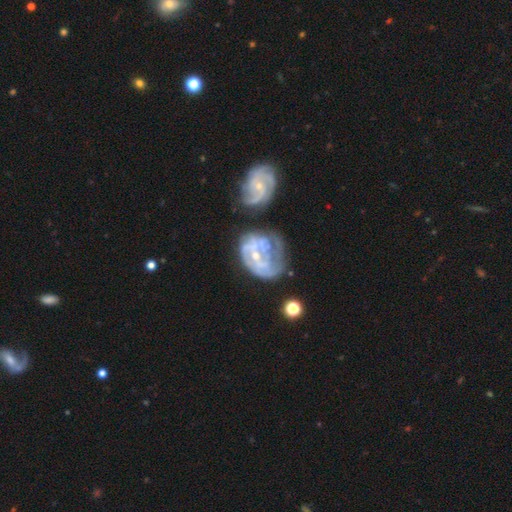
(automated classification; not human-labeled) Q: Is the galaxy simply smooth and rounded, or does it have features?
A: featured or disk — 79%.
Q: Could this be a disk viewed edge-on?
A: no — 98%.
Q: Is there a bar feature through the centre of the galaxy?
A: no — 66%.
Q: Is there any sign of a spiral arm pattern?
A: yes — 74%.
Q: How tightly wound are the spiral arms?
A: tight — 45%.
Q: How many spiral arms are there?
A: can't tell — 44%.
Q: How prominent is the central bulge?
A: small — 67%.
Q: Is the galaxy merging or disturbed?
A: merger — 35%.